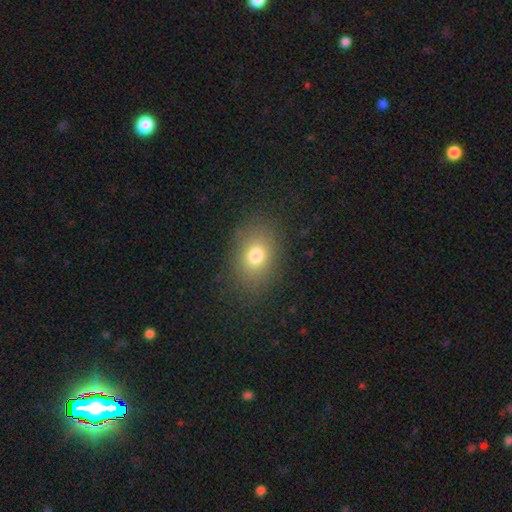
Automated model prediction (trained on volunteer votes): A smooth galaxy with no disk features (76%) that is in between round and cigar-shaped (70%). Merging: none (82%).